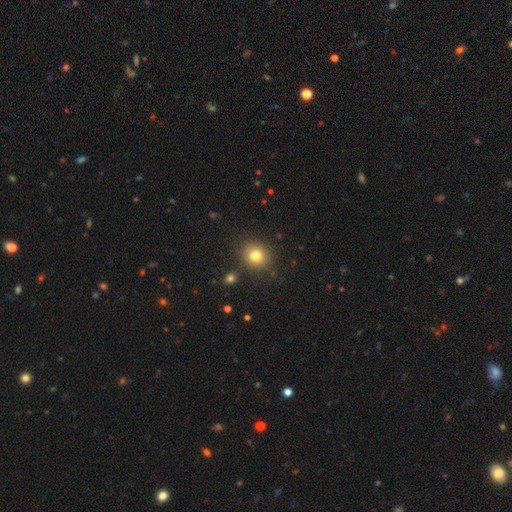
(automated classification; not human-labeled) Q: Smooth or featured?
A: smooth (79%); runner-up: star or artifact (13%)
Q: How rounded?
A: round (82%); runner-up: in between (17%)
Q: Merging?
A: none (86%); runner-up: minor disturbance (8%)